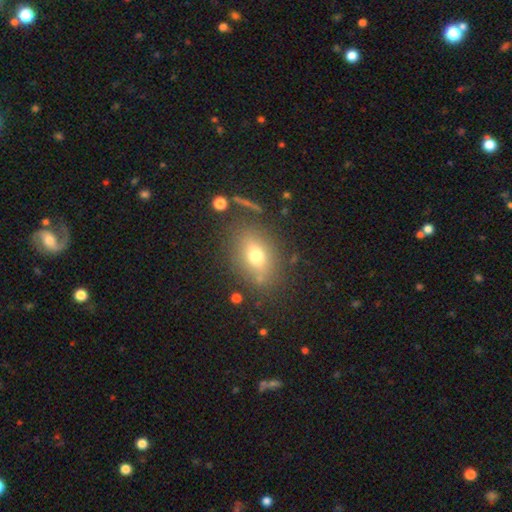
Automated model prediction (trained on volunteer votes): Smooth or featured? Predicted: smooth (p=0.69). How rounded? Predicted: in between (p=0.71). Merging? Predicted: none (p=0.78).